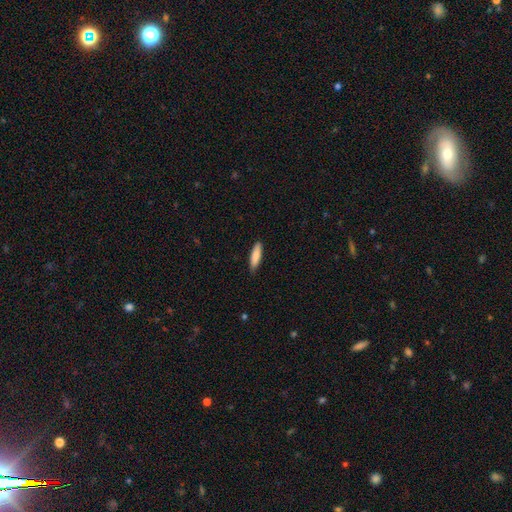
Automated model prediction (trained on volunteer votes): The model was most divided on "how rounded": cigar-shaped: 70%, in between: 29%, round: 1%. More confident: smooth or featured — smooth (86%); merging — none (86%).